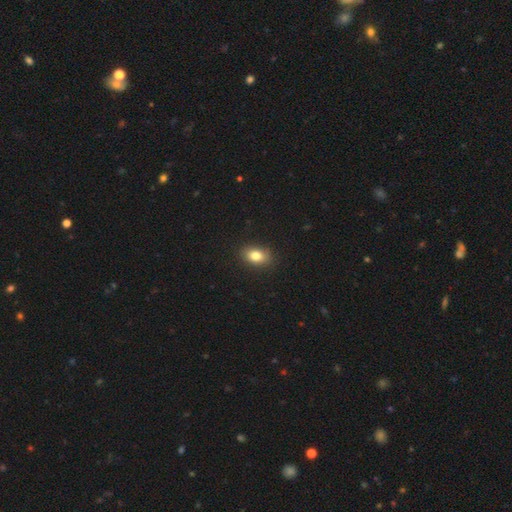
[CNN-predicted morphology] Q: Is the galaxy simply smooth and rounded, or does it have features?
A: smooth — 81%.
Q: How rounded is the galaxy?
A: in between — 81%.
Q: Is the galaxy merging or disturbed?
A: none — 88%.